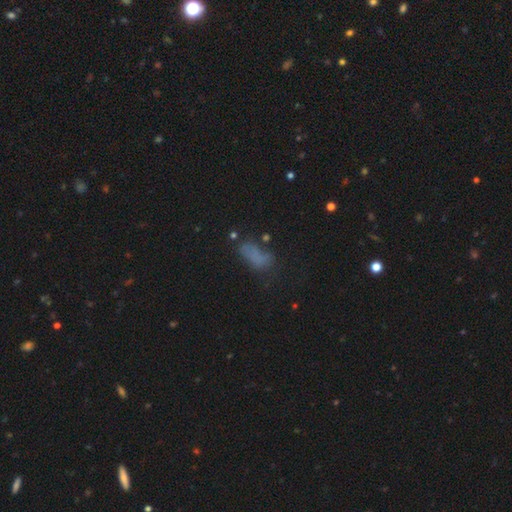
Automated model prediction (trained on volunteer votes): A smooth galaxy with no disk features (64%) that is in between round and cigar-shaped (81%).

Vote fractions:
- Smooth or featured? smooth: 64% / star or artifact: 19% / featured or disk: 18%
- How rounded? in between: 81% / cigar-shaped: 14% / round: 5%
- Merging? none: 45% / minor disturbance: 25% / major disturbance: 22% / merger: 8%